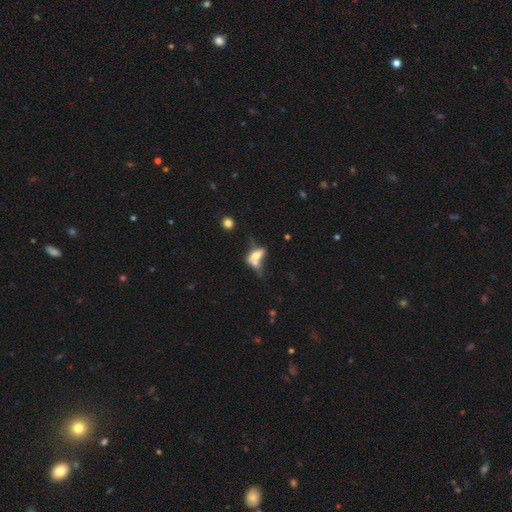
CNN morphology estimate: smooth-or-featured: featured or disk: 45% | smooth: 44% | star or artifact: 11%
  merging: merger: 52% | none: 23% | major disturbance: 14% | minor disturbance: 11%